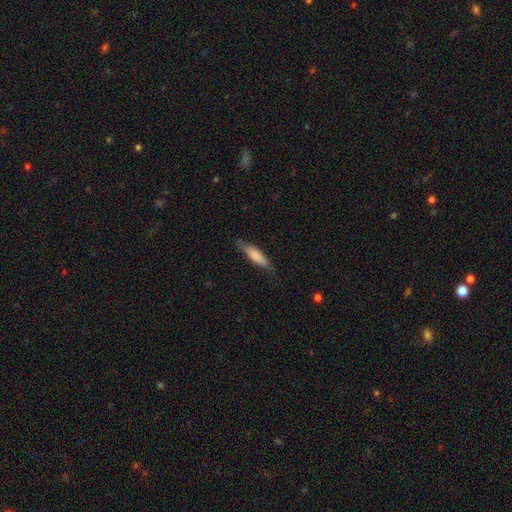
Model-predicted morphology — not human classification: smooth 74%, featured or disk 21%, star or artifact 6%. Down the decision tree: how rounded — cigar-shaped (71%); merging — none (76%).